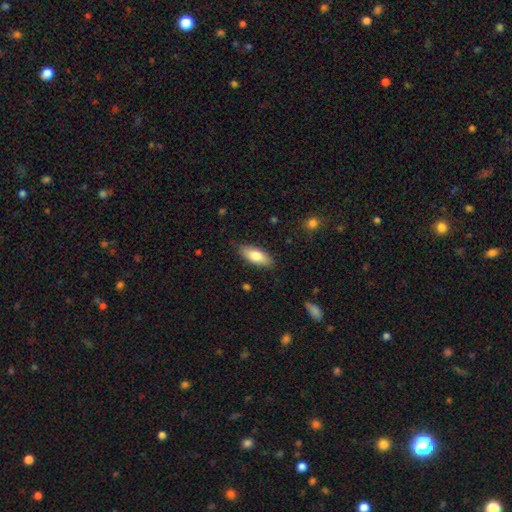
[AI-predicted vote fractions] Smooth or featured? Predicted: smooth (p=0.80). How rounded? Predicted: in between (p=0.79). Merging? Predicted: none (p=0.86).